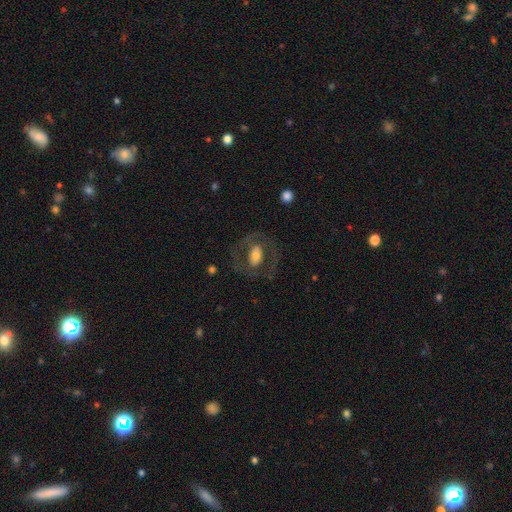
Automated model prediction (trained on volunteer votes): Morphology: type=featured or disk (53%); edge-on=no (93%); merging=none (67%).